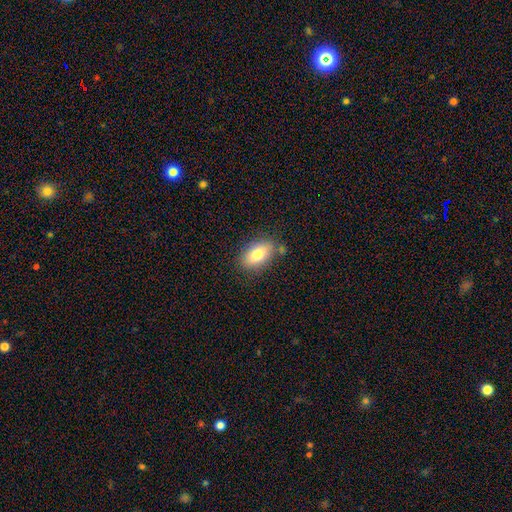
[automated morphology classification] This is likely a smooth galaxy (78%). How rounded: clearly in between (89%). Merging: likely none (78%).